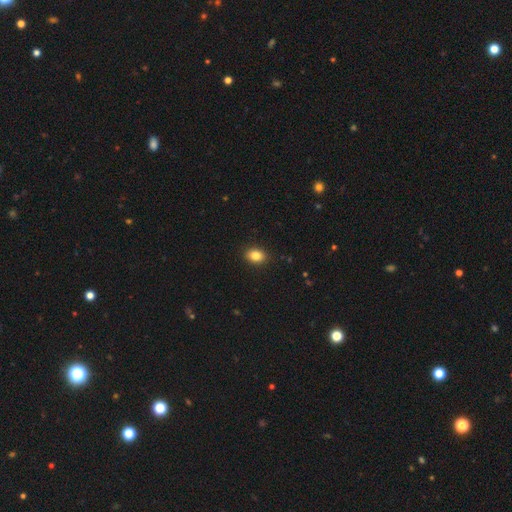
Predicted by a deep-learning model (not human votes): Smooth or featured: smooth — 84% (star or artifact — 9%)
How rounded: in between — 71% (round — 27%)
Merging: none — 90% (minor disturbance — 7%)